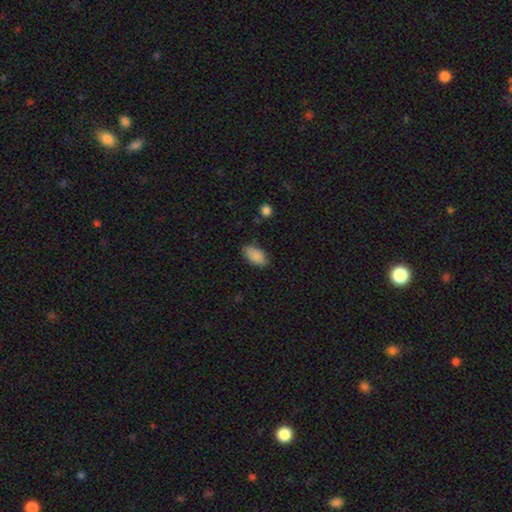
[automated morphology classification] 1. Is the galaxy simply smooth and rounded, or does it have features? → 88% smooth, 7% star or artifact, 5% featured or disk.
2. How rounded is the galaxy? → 93% in between, 4% cigar-shaped, 4% round.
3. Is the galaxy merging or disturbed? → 81% none, 14% minor disturbance, 3% major disturbance, 1% merger.